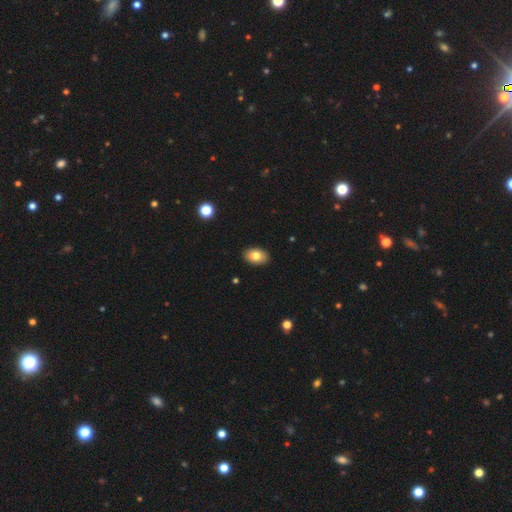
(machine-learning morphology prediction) This appears to be a smooth galaxy with no disk features (82%) that is in between round and cigar-shaped (87%). Merging: none (90%).